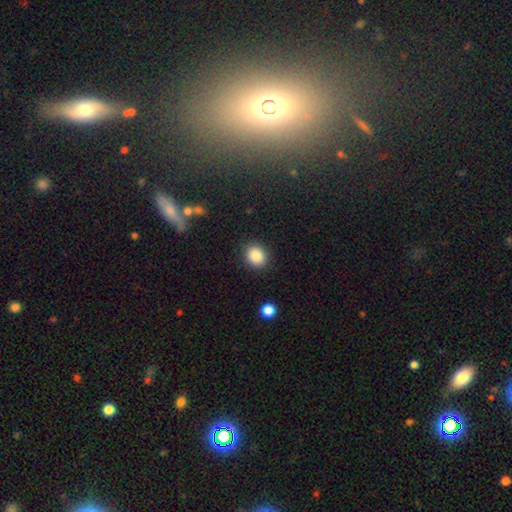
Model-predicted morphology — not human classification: This is clearly a smooth galaxy (87%). How rounded: likely round (70%). Merging: clearly none (89%).